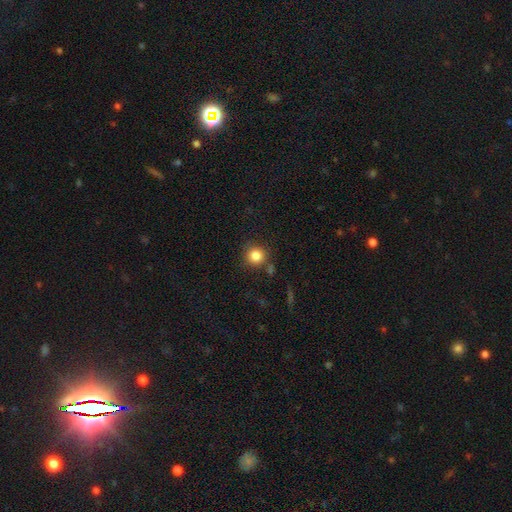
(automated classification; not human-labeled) Smooth or featured? smooth (84%)
How rounded? round (92%)
Merging? none (81%)